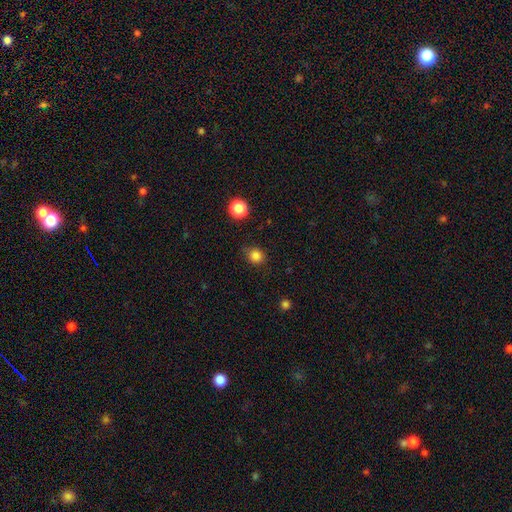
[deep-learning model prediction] smooth-or-featured: smooth: 83% | star or artifact: 13% | featured or disk: 4%
  how-rounded: round: 85% | in between: 14% | cigar-shaped: 1%
  merging: none: 79% | minor disturbance: 16% | major disturbance: 4% | merger: 2%